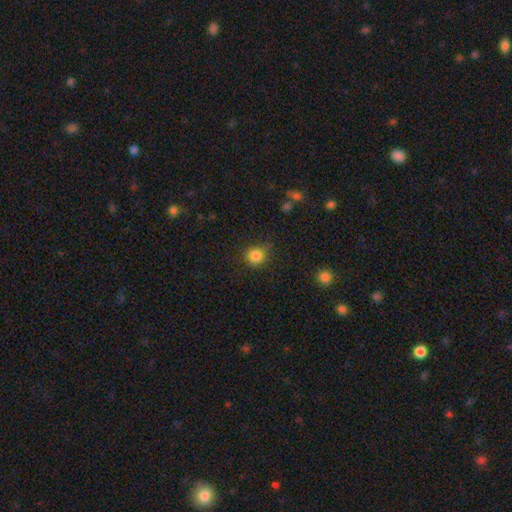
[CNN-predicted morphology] smooth 84%, star or artifact 11%, featured or disk 5%. Down the decision tree: how rounded — round (87%); merging — none (71%).